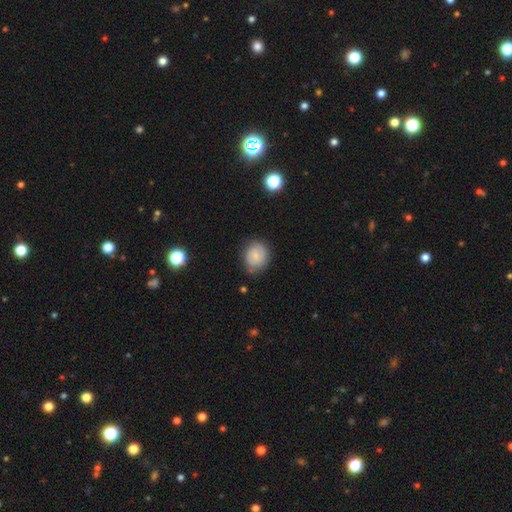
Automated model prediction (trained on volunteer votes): Smooth or featured: smooth — 59% (featured or disk — 32%)
How rounded: round — 70% (in between — 29%)
Merging: none — 73% (minor disturbance — 20%)